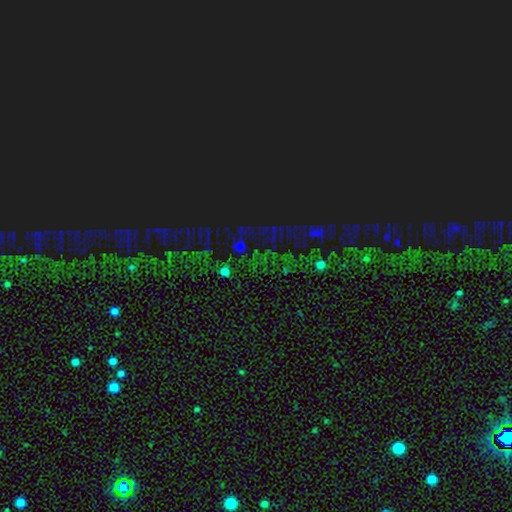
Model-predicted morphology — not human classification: Smooth or featured: star or artifact — 81% (smooth — 11%)